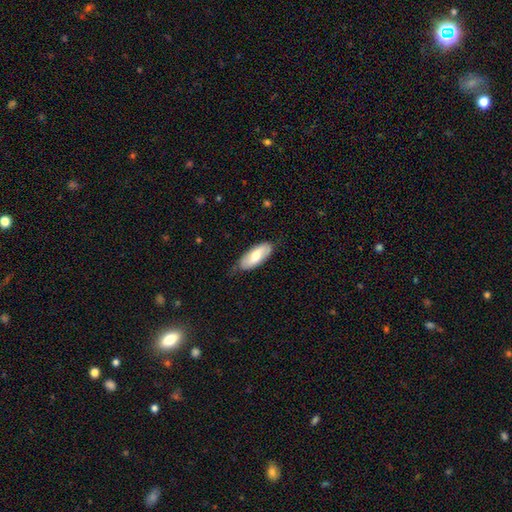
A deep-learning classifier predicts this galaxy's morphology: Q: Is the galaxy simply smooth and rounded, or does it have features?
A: smooth — 65%.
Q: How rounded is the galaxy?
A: in between — 84%.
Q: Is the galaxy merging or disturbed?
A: none — 75%.